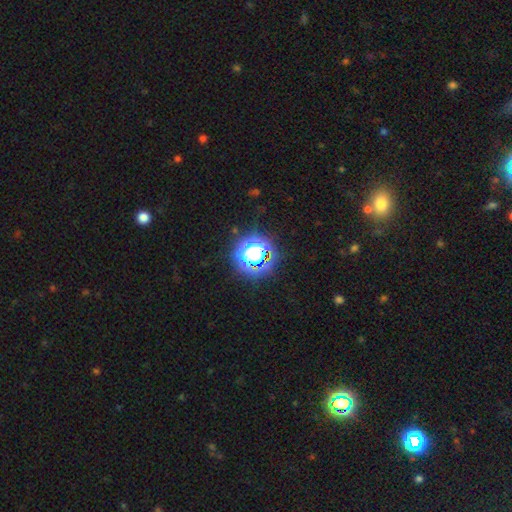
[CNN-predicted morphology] smooth-or-featured: star or artifact: 55% | smooth: 33% | featured or disk: 12%